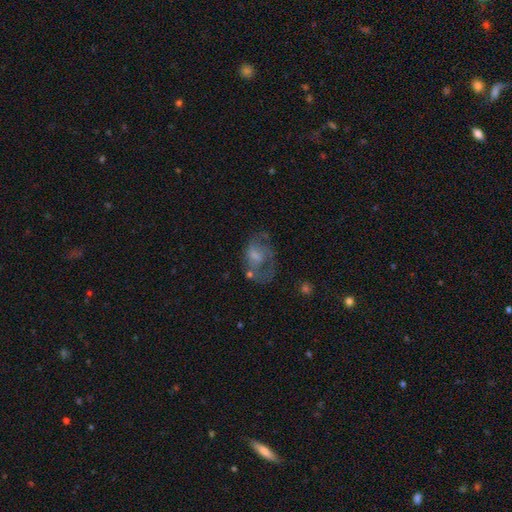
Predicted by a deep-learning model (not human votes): Smooth or featured? featured or disk (51%)
Edge-on disk? no (97%)
Merging? major disturbance (38%)